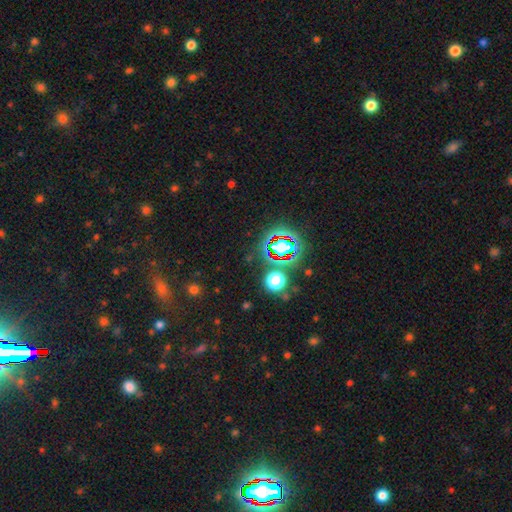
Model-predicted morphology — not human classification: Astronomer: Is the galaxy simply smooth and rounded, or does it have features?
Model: star or artifact — 76%.